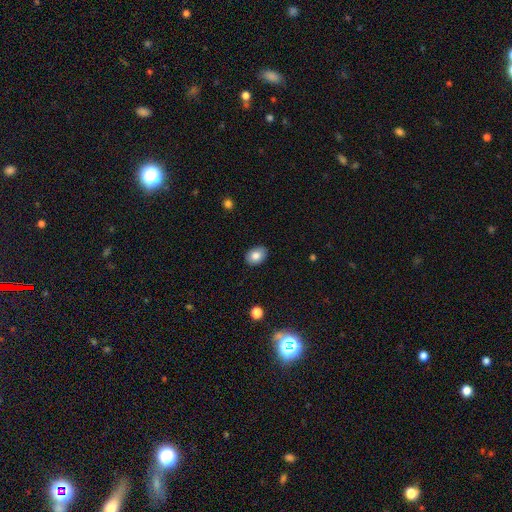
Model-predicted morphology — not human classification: smooth 83%, featured or disk 9%, star or artifact 8%. Down the decision tree: how rounded — in between (78%); merging — none (88%).